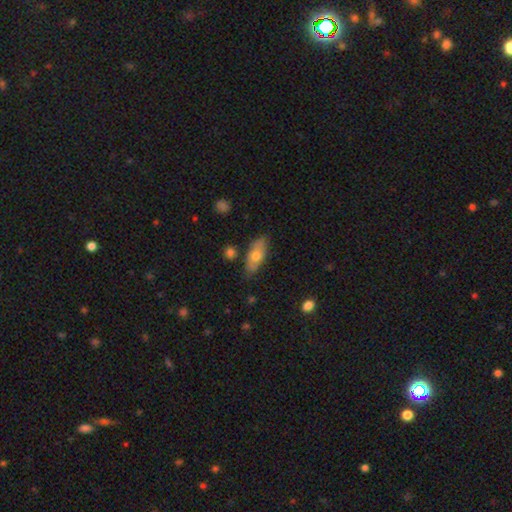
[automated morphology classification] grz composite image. It shows a smooth galaxy with no disk features (65%) that is in between round and cigar-shaped (82%). Merging: none (77%).